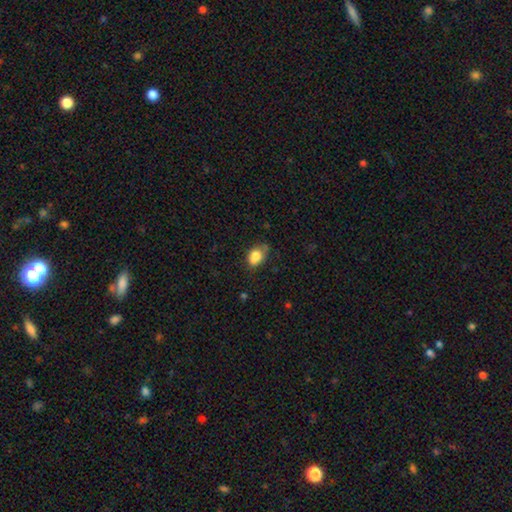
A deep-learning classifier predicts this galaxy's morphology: Overall: smooth (80%). How rounded: in between (68%; round 30%). Merging: none (53%; minor disturbance 32%).